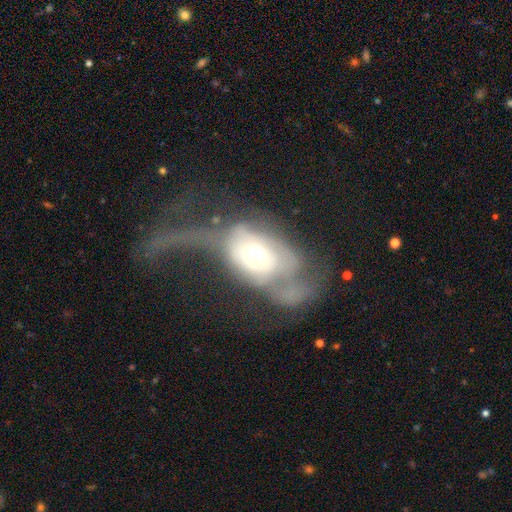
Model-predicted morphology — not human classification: Overall: featured or disk (52%; smooth 39%). Edge-on disk: no (92%). Merging: major disturbance (69%).